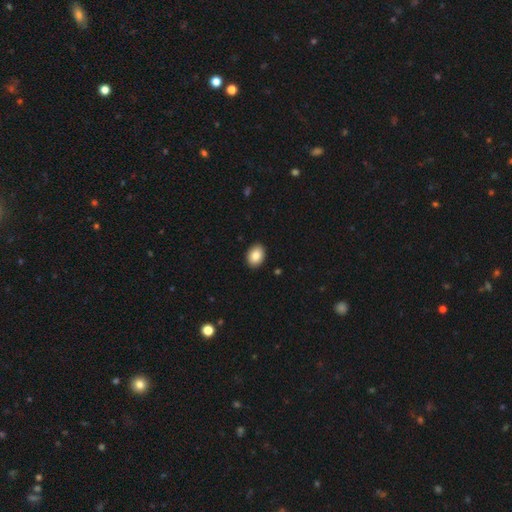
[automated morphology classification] Q: Smooth or featured?
A: smooth (86%); runner-up: star or artifact (8%)
Q: How rounded?
A: in between (75%); runner-up: round (25%)
Q: Merging?
A: none (91%); runner-up: minor disturbance (6%)